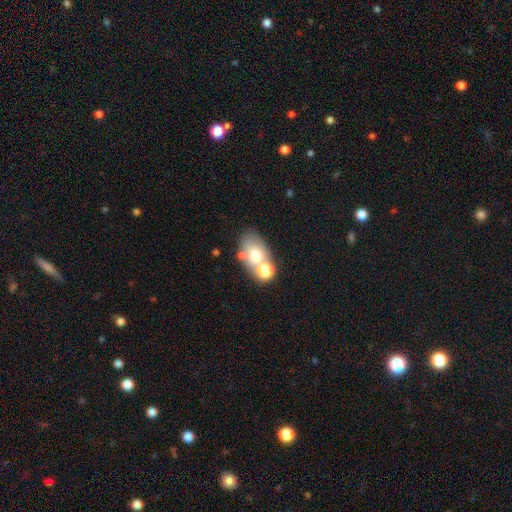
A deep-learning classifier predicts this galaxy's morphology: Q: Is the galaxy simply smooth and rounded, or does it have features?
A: smooth — 62%.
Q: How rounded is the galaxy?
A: in between — 78%.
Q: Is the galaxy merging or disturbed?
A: none — 43%.